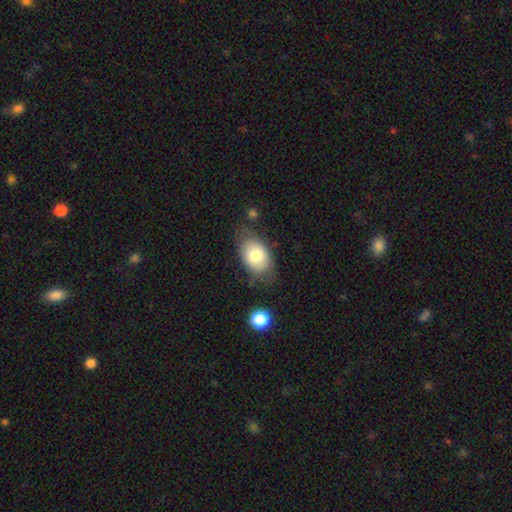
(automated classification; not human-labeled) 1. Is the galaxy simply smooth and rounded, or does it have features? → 78% smooth, 15% featured or disk, 7% star or artifact.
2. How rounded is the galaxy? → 86% in between, 12% round, 1% cigar-shaped.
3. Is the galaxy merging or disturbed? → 67% none, 21% minor disturbance, 7% major disturbance, 4% merger.